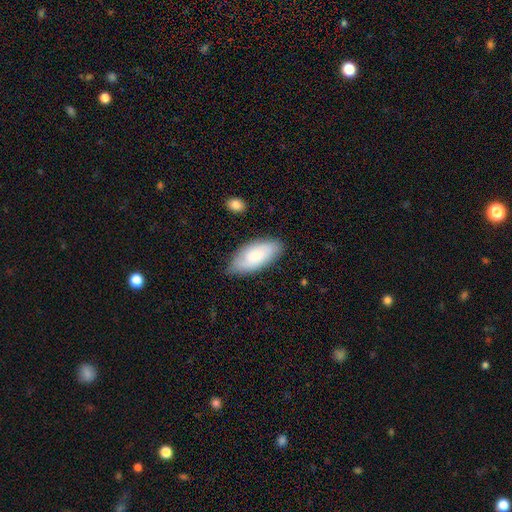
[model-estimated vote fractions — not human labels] This appears to be a smooth galaxy with no disk features (67%) that is in between round and cigar-shaped (89%). Merging: none (75%).